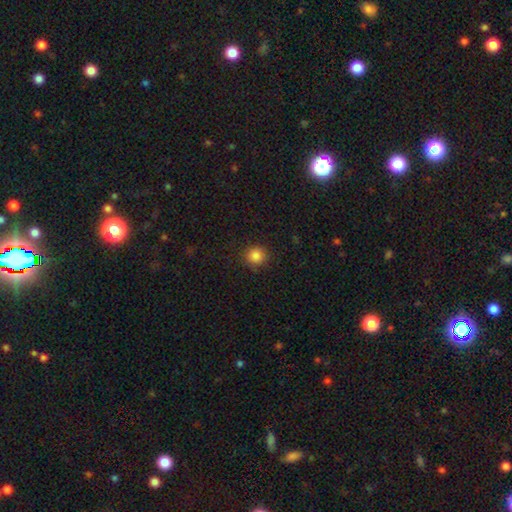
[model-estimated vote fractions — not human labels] smooth 85%, star or artifact 11%, featured or disk 4%. Down the decision tree: how rounded — round (93%); merging — none (88%).